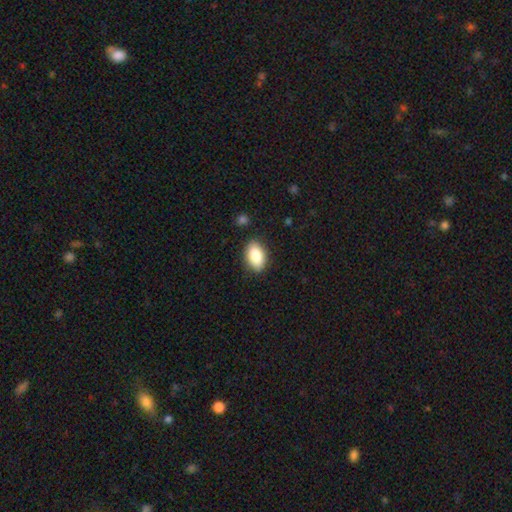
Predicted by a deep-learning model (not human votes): Smooth or featured: smooth — 86% (featured or disk — 7%)
How rounded: in between — 92% (round — 6%)
Merging: none — 86% (minor disturbance — 10%)